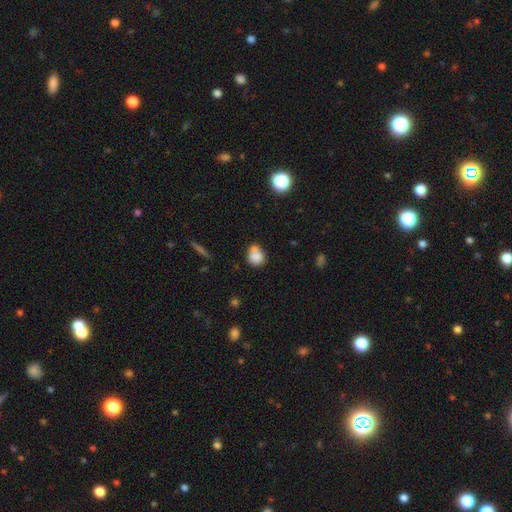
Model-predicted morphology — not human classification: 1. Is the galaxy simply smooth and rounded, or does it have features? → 81% smooth, 10% star or artifact, 9% featured or disk.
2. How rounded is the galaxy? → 58% round, 40% in between, 2% cigar-shaped.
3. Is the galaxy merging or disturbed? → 47% none, 27% minor disturbance, 18% merger, 7% major disturbance.